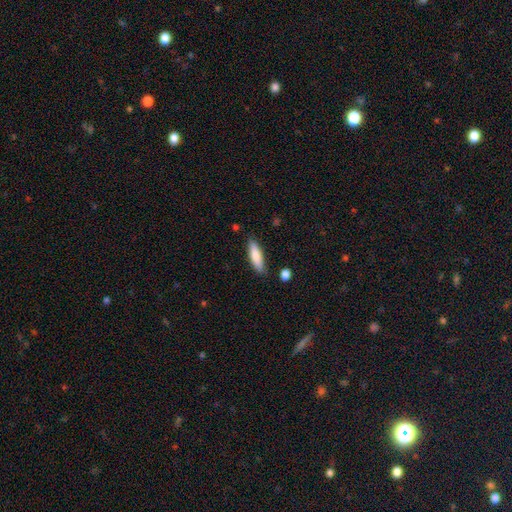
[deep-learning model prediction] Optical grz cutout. It shows a smooth galaxy with no disk features (81%) that is cigar-shaped (62%). Merging: none (85%).